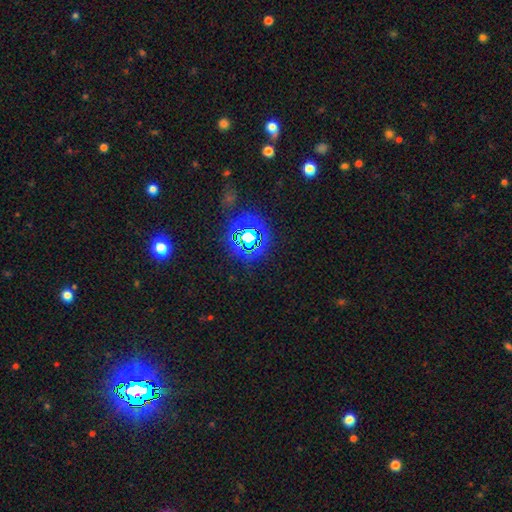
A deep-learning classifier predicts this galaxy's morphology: Q: Smooth or featured?
A: star or artifact (78%); runner-up: smooth (16%)